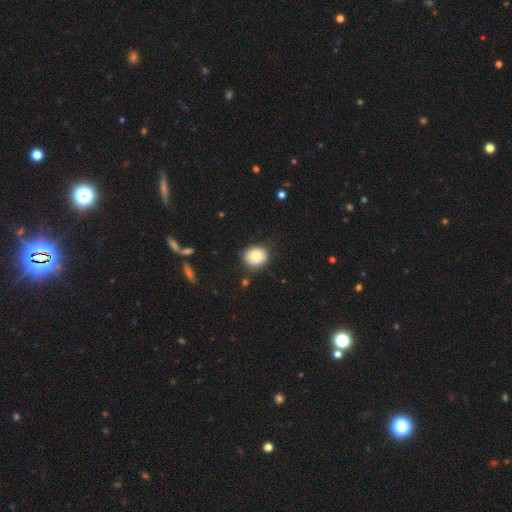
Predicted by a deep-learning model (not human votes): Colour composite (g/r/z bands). It shows a smooth galaxy with no disk features (73%) that is round (75%). Merging: none (80%).